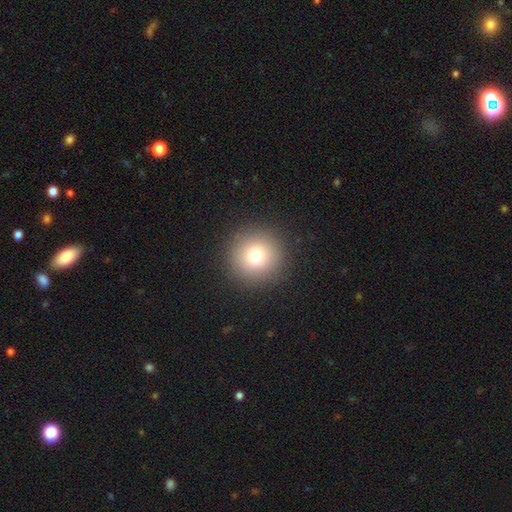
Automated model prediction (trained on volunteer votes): Q: Smooth or featured?
A: smooth (77%); runner-up: star or artifact (13%)
Q: How rounded?
A: round (96%); runner-up: in between (3%)
Q: Merging?
A: none (92%); runner-up: minor disturbance (5%)